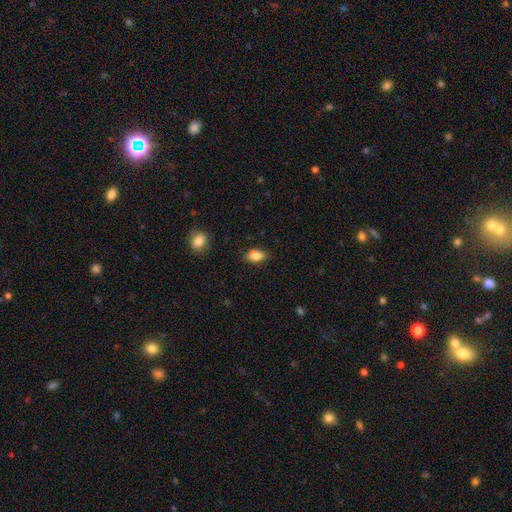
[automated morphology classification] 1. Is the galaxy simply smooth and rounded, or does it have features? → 83% smooth, 9% featured or disk, 8% star or artifact.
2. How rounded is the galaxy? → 85% in between, 11% round, 4% cigar-shaped.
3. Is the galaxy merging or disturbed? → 82% none, 14% minor disturbance, 3% major disturbance, 1% merger.